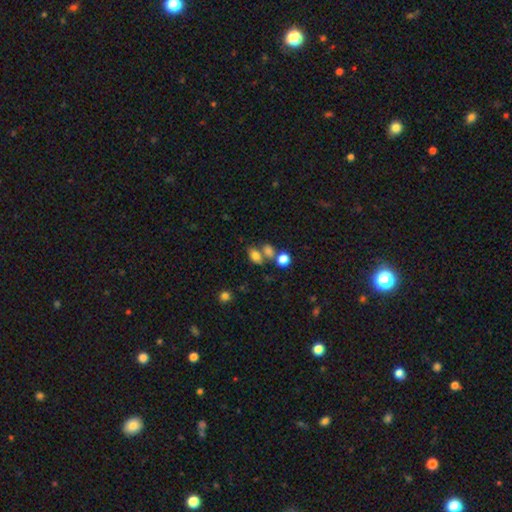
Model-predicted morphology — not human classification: The model was most divided on "merging": none: 47%, merger: 34%, minor disturbance: 13%, major disturbance: 6%. More confident: how rounded — in between (80%); smooth or featured — smooth (75%).